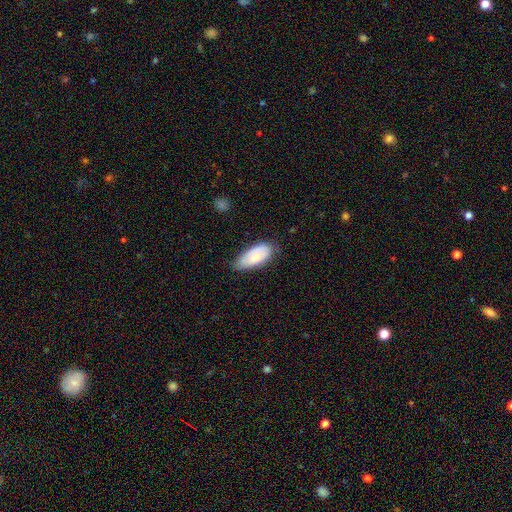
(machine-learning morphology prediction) A smooth galaxy with no disk features (70%) that is in between round and cigar-shaped (90%). Merging: none (66%).